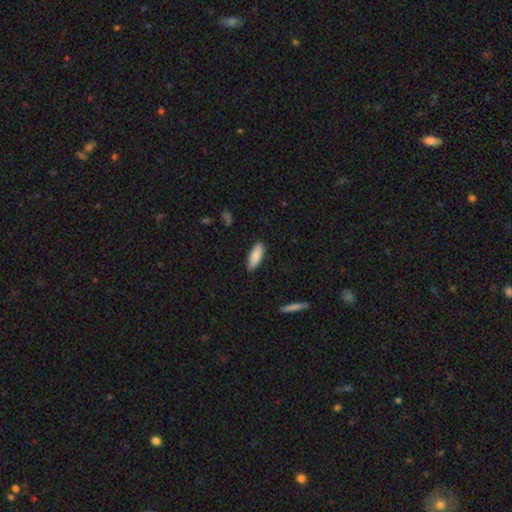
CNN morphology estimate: Smooth or featured? smooth (86%)
How rounded? in between (71%)
Merging? none (86%)